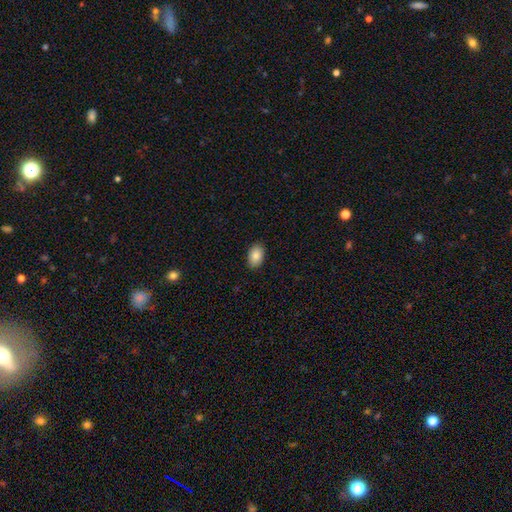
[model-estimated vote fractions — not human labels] A smooth galaxy with no disk features (87%) that is in between round and cigar-shaped (87%). Merging: none (90%).